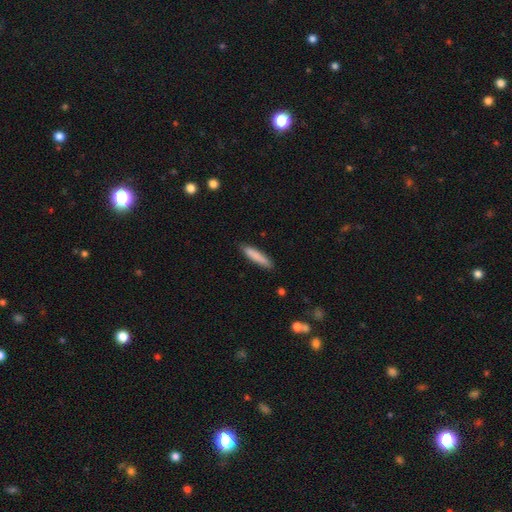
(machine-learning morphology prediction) smooth-or-featured: smooth: 85% | featured or disk: 9% | star or artifact: 6%
  how-rounded: cigar-shaped: 85% | in between: 14% | round: 1%
  merging: none: 87% | minor disturbance: 10% | major disturbance: 2% | merger: 1%